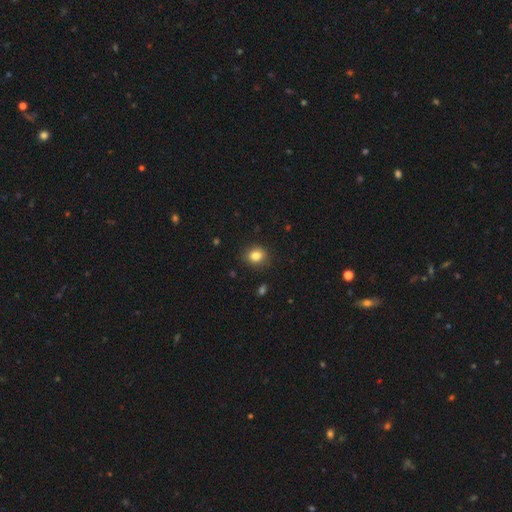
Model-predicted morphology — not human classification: Overall: smooth (83%). How rounded: round (64%; in between 35%). Merging: none (86%).